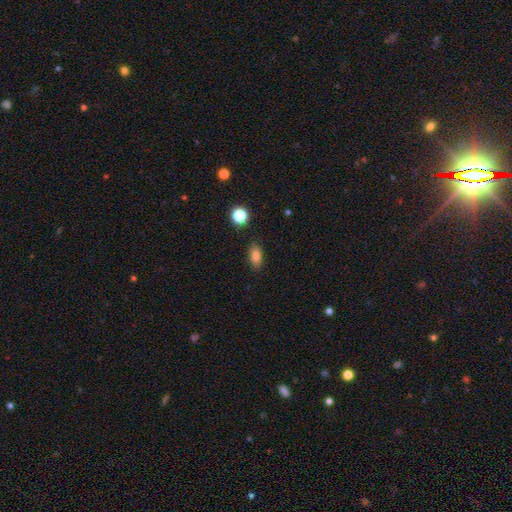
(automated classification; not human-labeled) smooth-or-featured: smooth: 82% | star or artifact: 11% | featured or disk: 7%
  how-rounded: in between: 83% | cigar-shaped: 9% | round: 8%
  merging: none: 86% | minor disturbance: 9% | major disturbance: 2% | merger: 2%